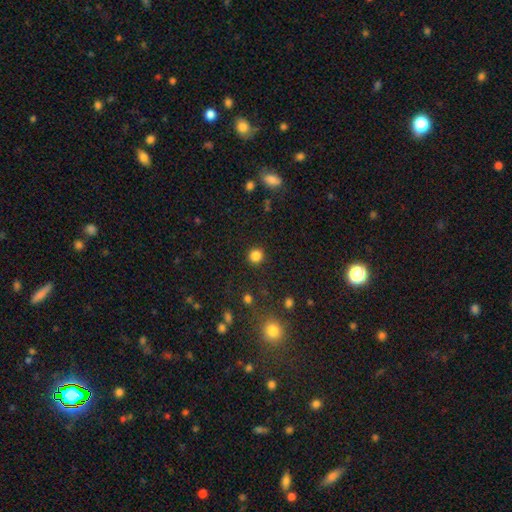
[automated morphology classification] This appears to be a smooth galaxy with no disk features (84%) that is round (89%). Merging: none (90%).